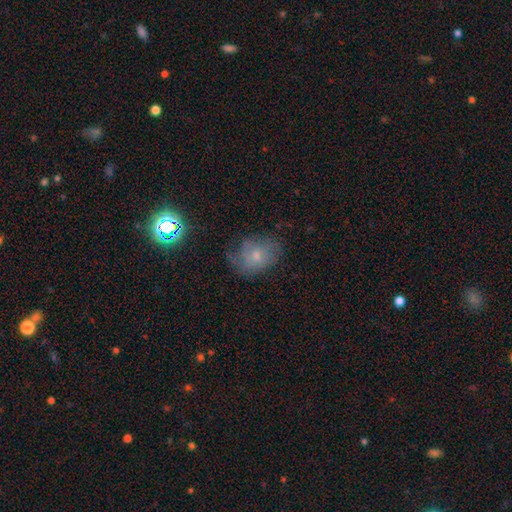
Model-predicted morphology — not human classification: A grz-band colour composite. It shows a smooth galaxy with no disk features (52%) that is in between round and cigar-shaped (53%). Merging: none (55%).